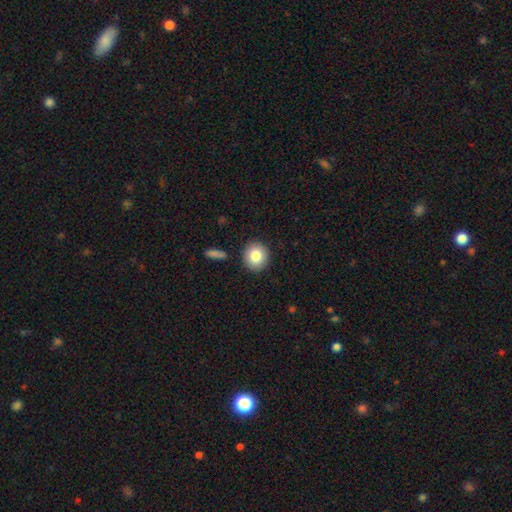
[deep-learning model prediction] A smooth galaxy with no disk features (82%) that is round (85%). Merging: none (89%).